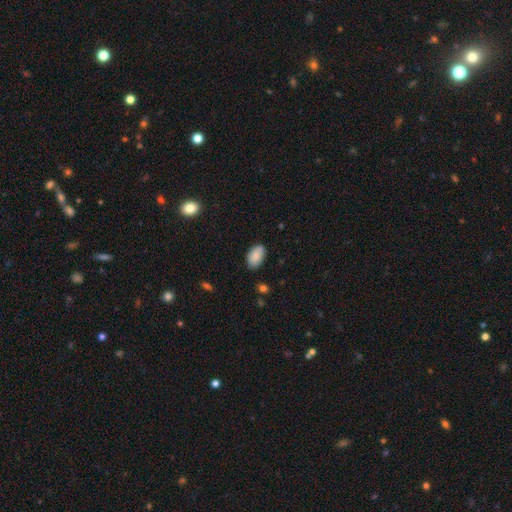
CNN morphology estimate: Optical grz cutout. It shows a smooth galaxy with no disk features (83%) that is in between round and cigar-shaped (92%). Merging: none (78%).